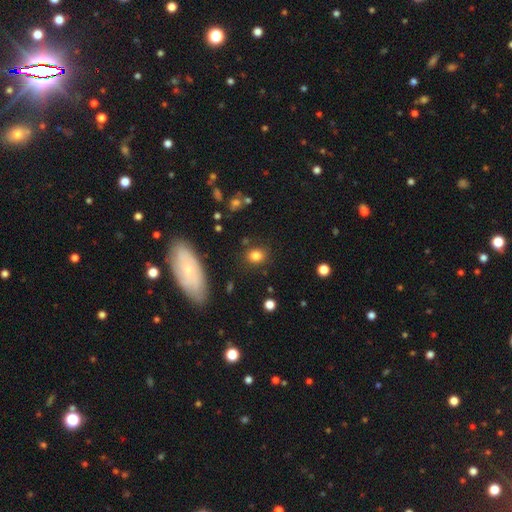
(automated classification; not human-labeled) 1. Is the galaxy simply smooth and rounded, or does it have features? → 82% smooth, 11% star or artifact, 7% featured or disk.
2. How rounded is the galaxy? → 61% round, 37% in between, 2% cigar-shaped.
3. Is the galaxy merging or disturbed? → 84% none, 11% minor disturbance, 3% major disturbance, 3% merger.